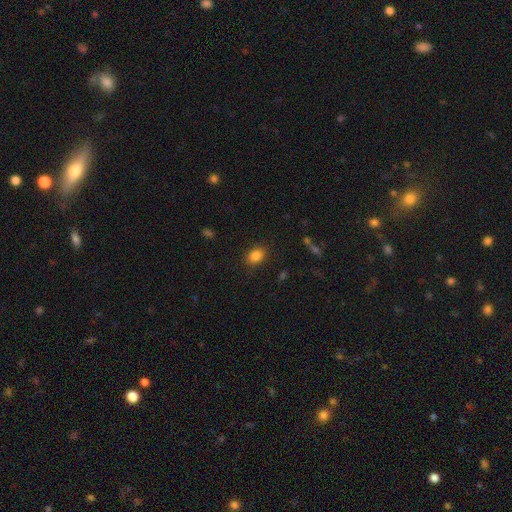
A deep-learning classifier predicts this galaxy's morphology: type=smooth (85%); roundness=in between (69%); merging=none (84%).